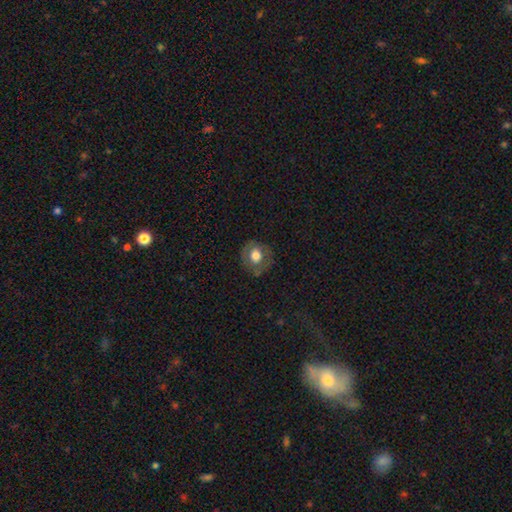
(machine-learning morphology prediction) Q: Smooth or featured?
A: smooth (60%); runner-up: featured or disk (32%)
Q: How rounded?
A: round (76%); runner-up: in between (23%)
Q: Merging?
A: none (76%); runner-up: minor disturbance (17%)